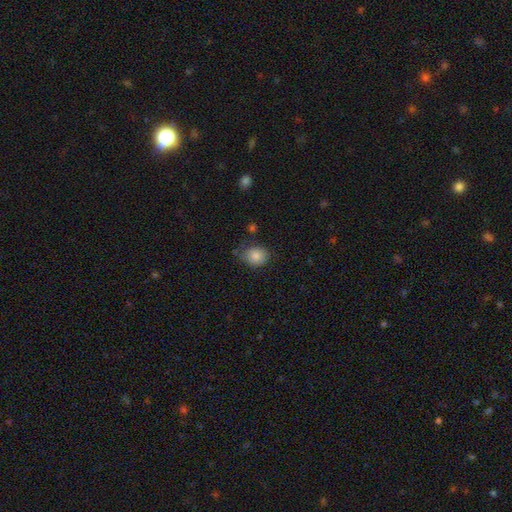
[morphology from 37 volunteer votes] Smooth or featured?
  - smooth: 76% *
  - featured or disk: 19%
  - star or artifact: 5%
How rounded?
  - in between: 68% *
  - round: 32%
  - cigar-shaped: 0%
Merging?
  - none: 66% *
  - minor disturbance: 20%
  - major disturbance: 11%
  - merger: 3%